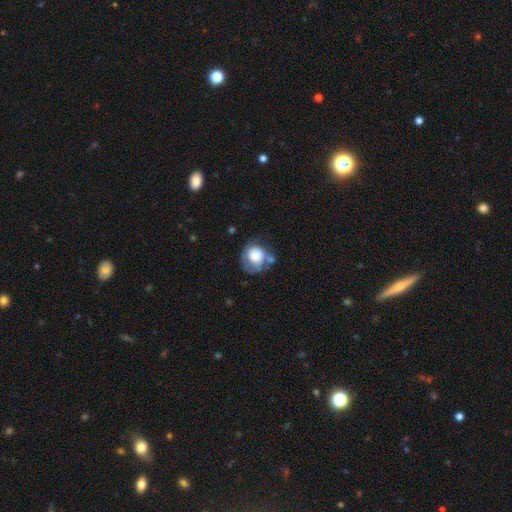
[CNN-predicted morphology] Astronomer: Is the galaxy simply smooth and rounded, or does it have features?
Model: smooth — 69%.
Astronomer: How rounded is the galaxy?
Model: round — 75%.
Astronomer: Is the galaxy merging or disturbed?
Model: none — 36% (runner-up: minor disturbance, 29%).